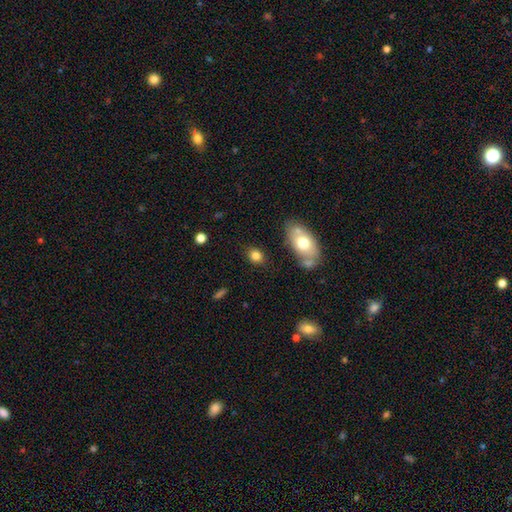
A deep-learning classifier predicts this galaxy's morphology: This is clearly a smooth galaxy (81%). How rounded: possibly in between (56%). Merging: likely none (78%).